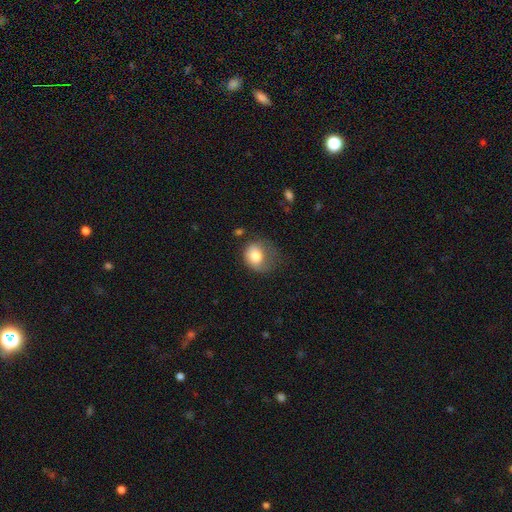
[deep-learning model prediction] This appears to be a smooth galaxy with no disk features (77%) that is round (62%). Merging: none (35%).